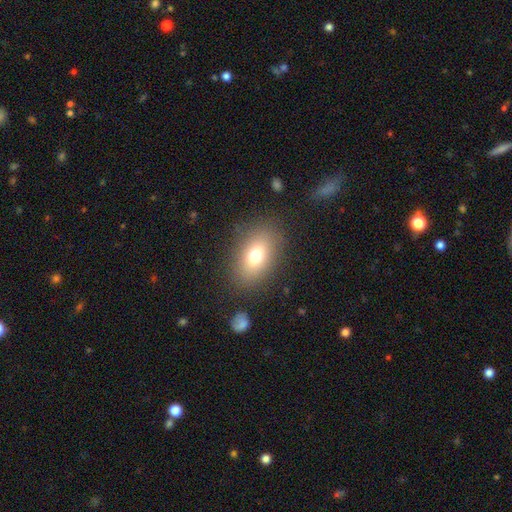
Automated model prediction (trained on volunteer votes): smooth 73%, featured or disk 16%, star or artifact 11%. Down the decision tree: how rounded — in between (83%); merging — none (83%).